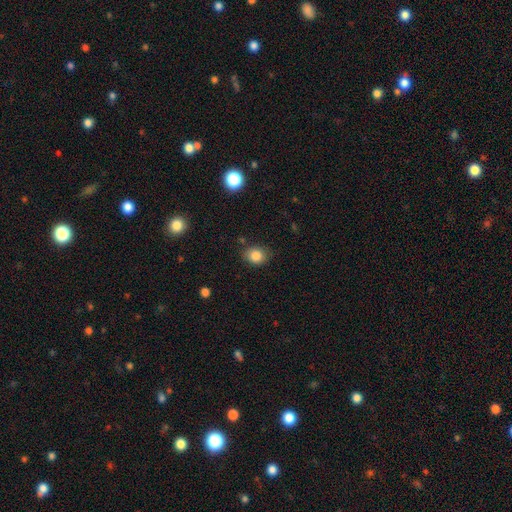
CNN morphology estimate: A smooth galaxy with no disk features (84%) that is round (57%). Merging: none (80%).